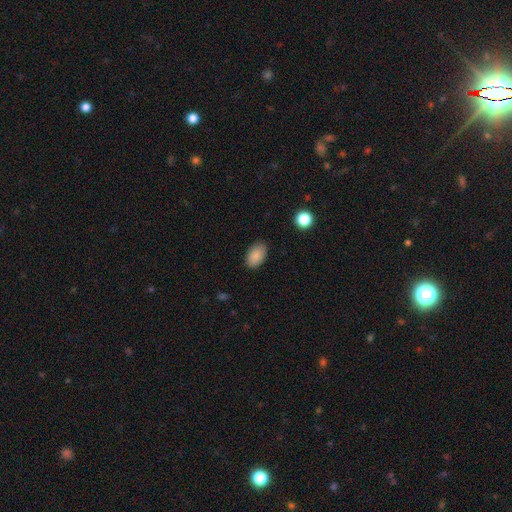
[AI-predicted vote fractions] This is clearly a smooth galaxy (87%). How rounded: clearly in between (91%). Merging: clearly none (85%).